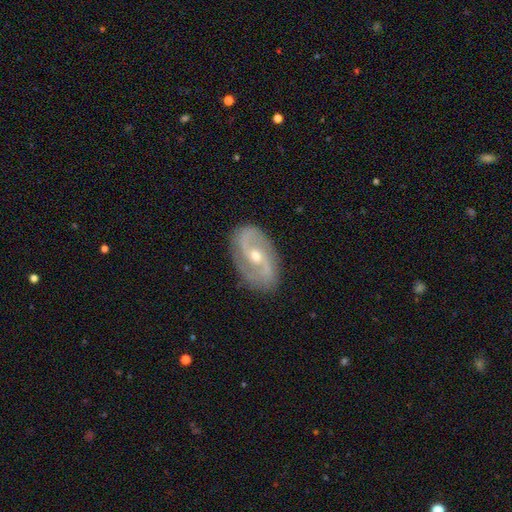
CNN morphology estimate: Smooth or featured?
  - featured or disk: 87% *
  - smooth: 8%
  - star or artifact: 5%
Edge-on disk?
  - no: 96% *
  - yes: 4%
Bar?
  - weak: 41% *
  - no: 40%
  - strong: 19%
Spiral arms?
  - yes: 95% *
  - no: 5%
Spiral winding?
  - medium: 47% *
  - loose: 32%
  - tight: 21%
Spiral arm count?
  - 2: 91% *
  - can't tell: 4%
  - 3: 2%
  - 1: 2%
  - 4: 1%
  - more than 4: 1%
Bulge size?
  - moderate: 60% *
  - small: 36%
  - large: 2%
  - none: 1%
  - dominant: 1%
Merging?
  - none: 85% *
  - minor disturbance: 11%
  - major disturbance: 3%
  - merger: 1%